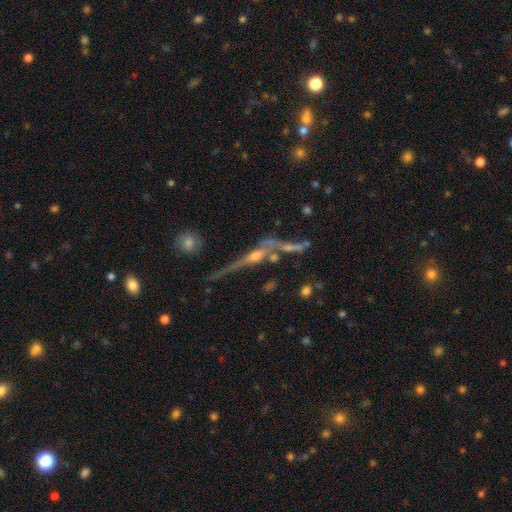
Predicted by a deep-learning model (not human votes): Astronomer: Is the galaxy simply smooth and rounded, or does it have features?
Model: featured or disk — 69%.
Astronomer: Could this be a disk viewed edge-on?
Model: yes — 81%.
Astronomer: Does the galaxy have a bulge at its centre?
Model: rounded — 82%.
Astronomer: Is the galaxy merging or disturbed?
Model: none — 40% (runner-up: merger, 24%).